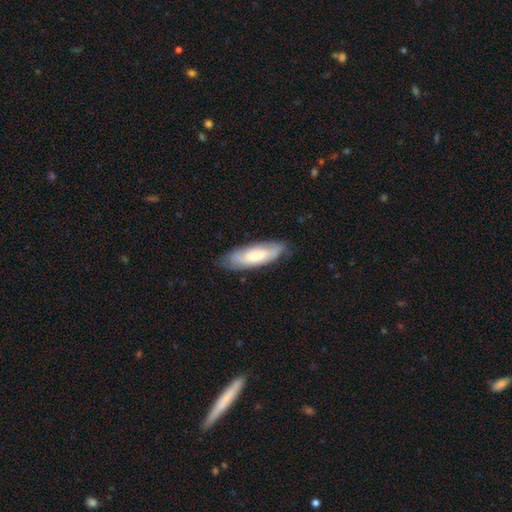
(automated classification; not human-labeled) Smooth or featured? featured or disk (47%)
Merging? none (74%)